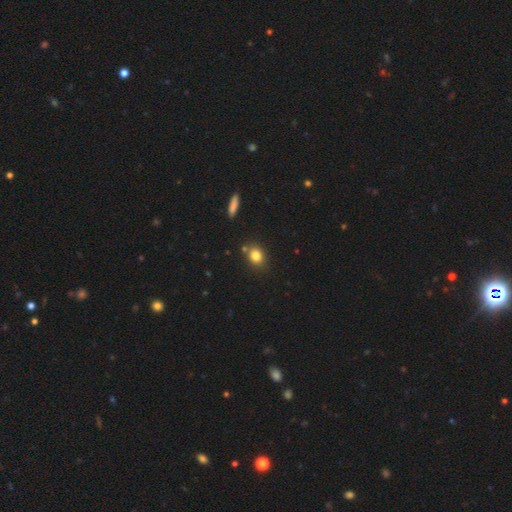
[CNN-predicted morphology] This appears to be a smooth galaxy with no disk features (80%) that is round (57%). Merging: none (79%).